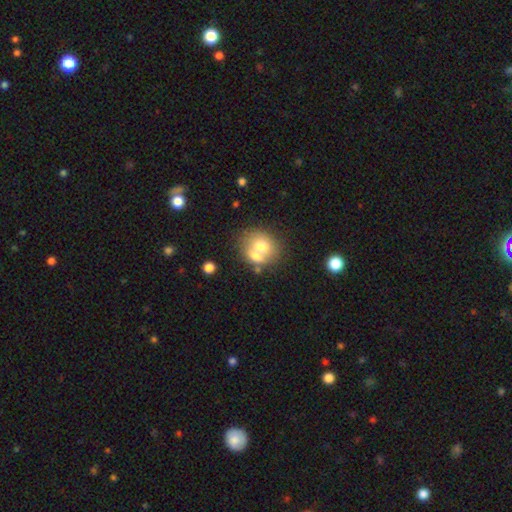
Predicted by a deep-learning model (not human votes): Smooth or featured: smooth — 66% (featured or disk — 24%)
How rounded: round — 64% (in between — 35%)
Merging: merger — 54% (none — 32%)